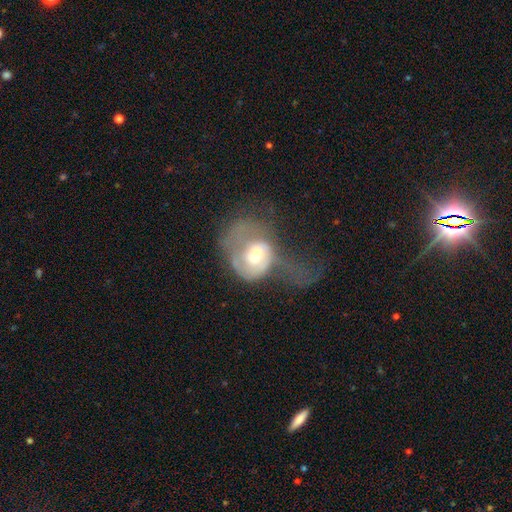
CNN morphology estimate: Smooth or featured? featured or disk (56%)
Edge-on disk? no (96%)
Bar? no (72%)
Spiral arms? yes (55%)
Bulge size? moderate (65%)
Merging? major disturbance (66%)